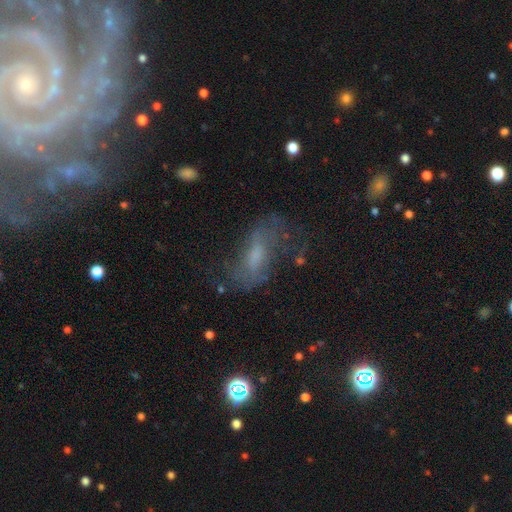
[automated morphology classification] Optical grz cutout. It shows a featured or disk galaxy (51%). Merging: none (52%).